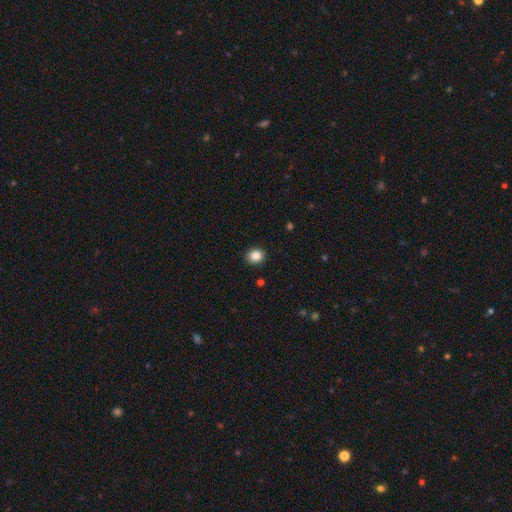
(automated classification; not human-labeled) Q: Smooth or featured?
A: smooth (85%); runner-up: star or artifact (10%)
Q: How rounded?
A: round (76%); runner-up: in between (23%)
Q: Merging?
A: none (91%); runner-up: minor disturbance (7%)